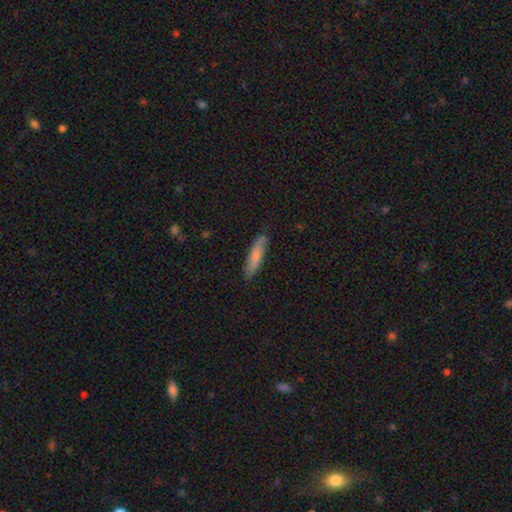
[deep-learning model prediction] Smooth or featured?
  - smooth: 76% *
  - featured or disk: 19%
  - star or artifact: 6%
How rounded?
  - cigar-shaped: 79% *
  - in between: 19%
  - round: 2%
Merging?
  - none: 81% *
  - minor disturbance: 15%
  - major disturbance: 2%
  - merger: 2%